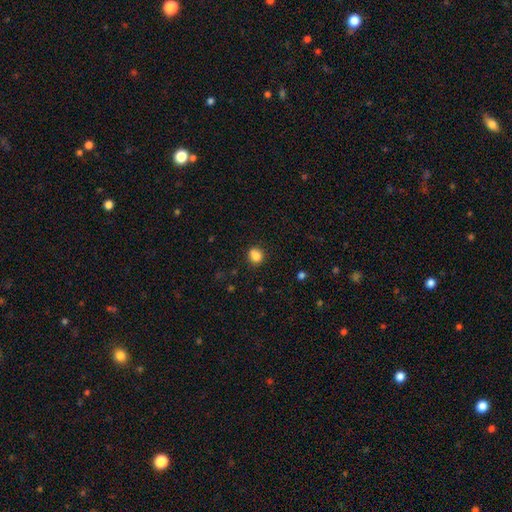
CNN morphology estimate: smooth_or_featured: smooth (p=0.81) [alt: star or artifact p=0.11]
how_rounded: round (p=0.75) [alt: in between p=0.24]
merging: none (p=0.64) [alt: minor disturbance p=0.17]